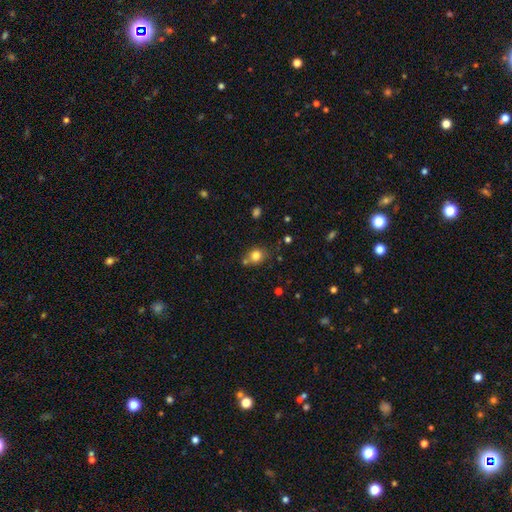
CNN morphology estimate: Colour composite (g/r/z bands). It shows a smooth galaxy with no disk features (80%) that is round (70%). Merging: none (66%).